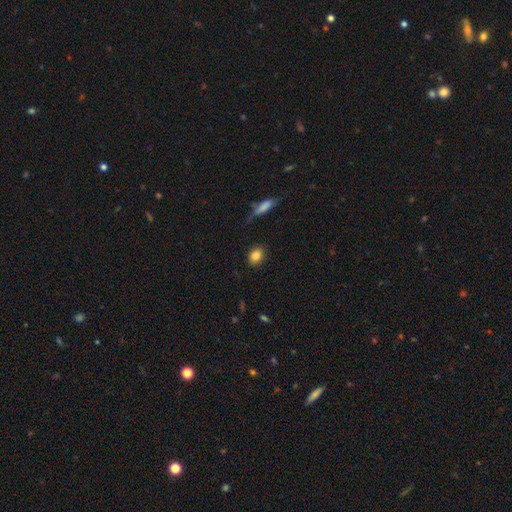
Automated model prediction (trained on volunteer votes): This is clearly a smooth galaxy (86%). How rounded: possibly in between (58%). Merging: clearly none (85%).